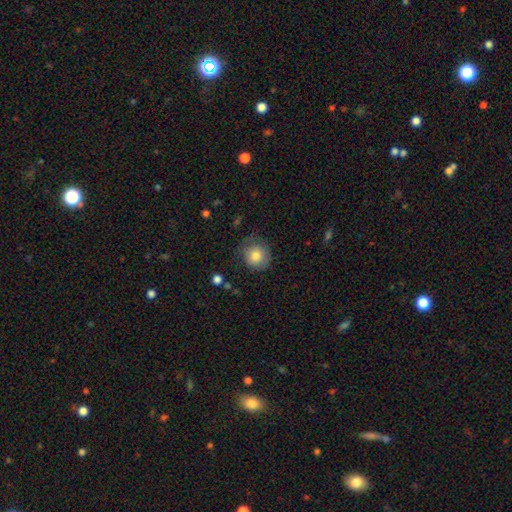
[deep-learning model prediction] Smooth or featured? Predicted: smooth (p=0.77). How rounded? Predicted: round (p=0.89). Merging? Predicted: none (p=0.69).